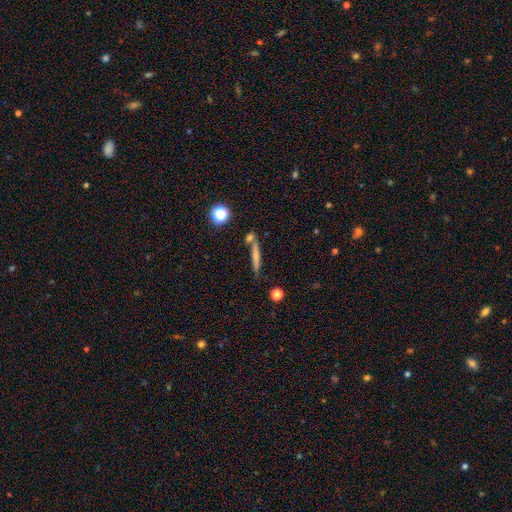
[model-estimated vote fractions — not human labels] Smooth or featured? Predicted: smooth (p=0.63). How rounded? Predicted: cigar-shaped (p=0.91). Merging? Predicted: none (p=0.72).